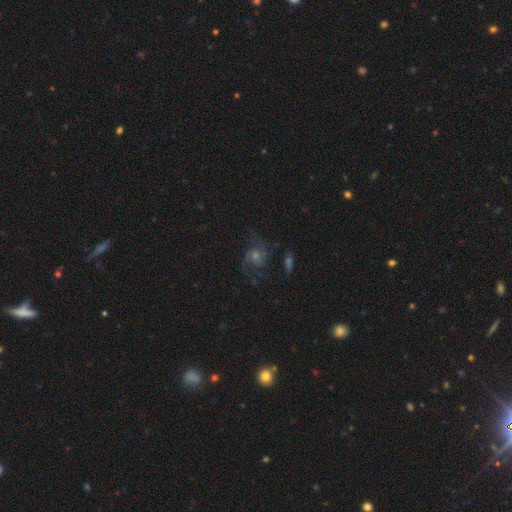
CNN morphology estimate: featured or disk 68%, star or artifact 17%, smooth 14%. Down the decision tree: edge-on disk — no (97%); bar — no (68%); spiral arms — yes (92%); spiral arm count — 2 (61%); spiral winding — medium (49%); bulge size — small (47%); merging — none (65%).